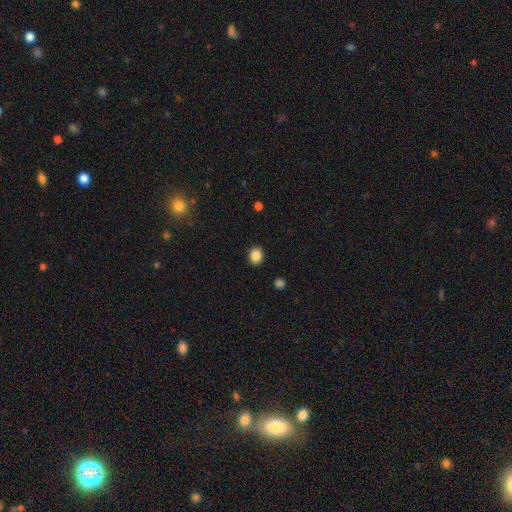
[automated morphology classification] Smooth or featured: smooth — 87% (star or artifact — 9%)
How rounded: round — 62% (in between — 37%)
Merging: none — 90% (minor disturbance — 7%)